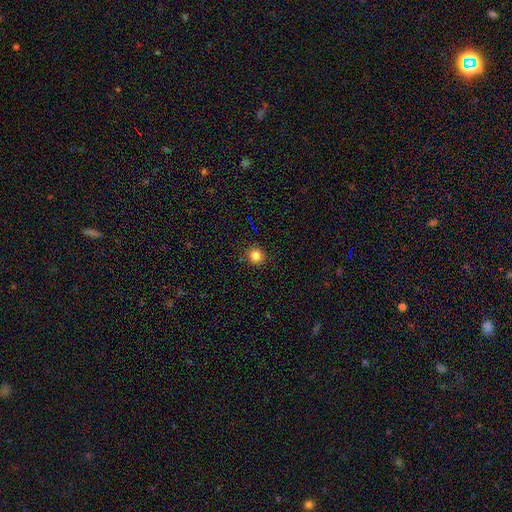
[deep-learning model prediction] Smooth or featured: smooth — 83% (star or artifact — 13%)
How rounded: round — 90% (in between — 9%)
Merging: none — 90% (minor disturbance — 7%)